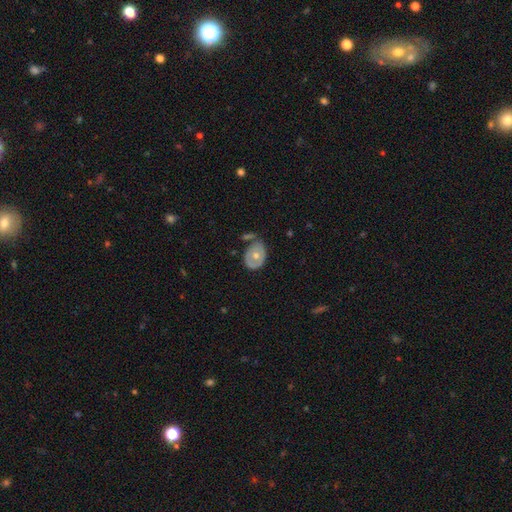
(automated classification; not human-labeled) Smooth or featured? smooth (49%)
Merging? none (55%)